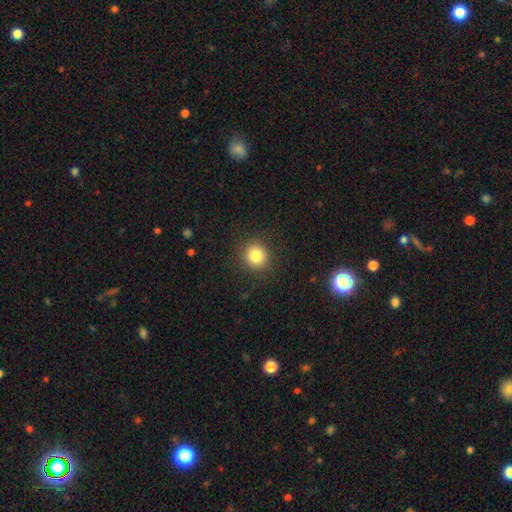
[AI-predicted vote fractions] The model was most divided on "smooth or featured": smooth: 82%, star or artifact: 11%, featured or disk: 6%. More confident: merging — none (90%); how rounded — round (90%).